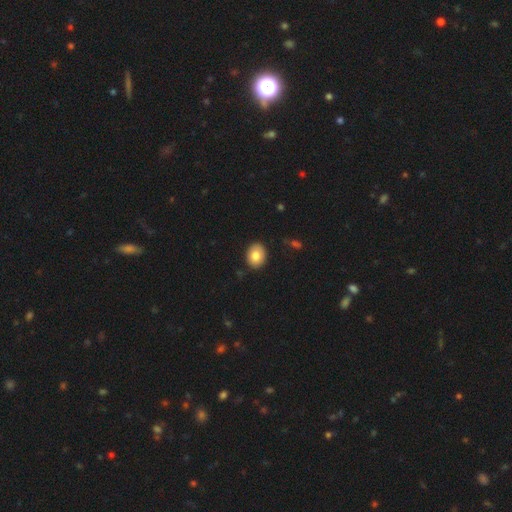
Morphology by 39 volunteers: Volunteers were most divided on "how rounded": in between: 63%, round: 37%, cigar-shaped: 0%. More confident: merging — none (94%); smooth or featured — smooth (77%).